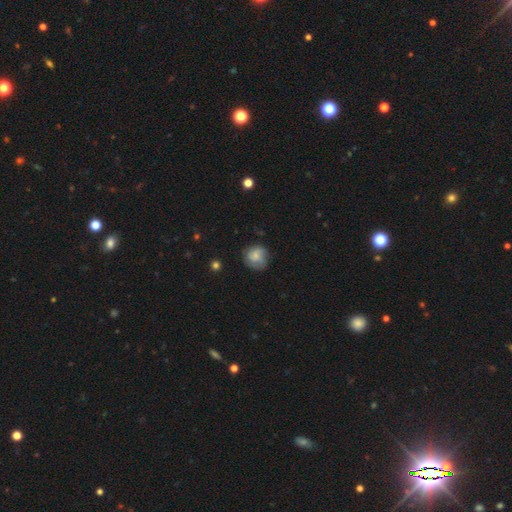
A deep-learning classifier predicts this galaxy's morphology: Overall: smooth (61%; featured or disk 31%). How rounded: round (85%). Merging: none (71%).